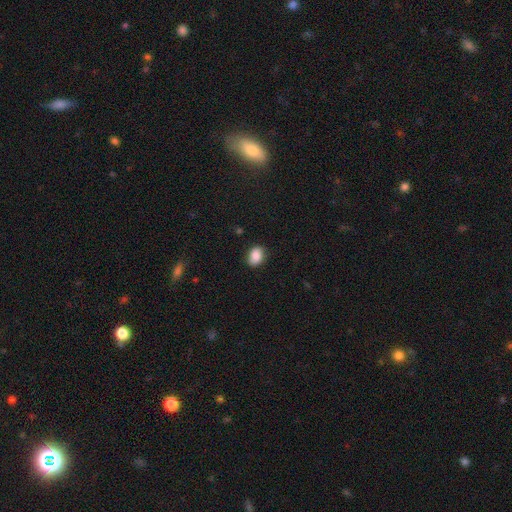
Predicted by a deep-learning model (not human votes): This is clearly a smooth galaxy (84%). How rounded: likely in between (67%). Merging: clearly none (81%).